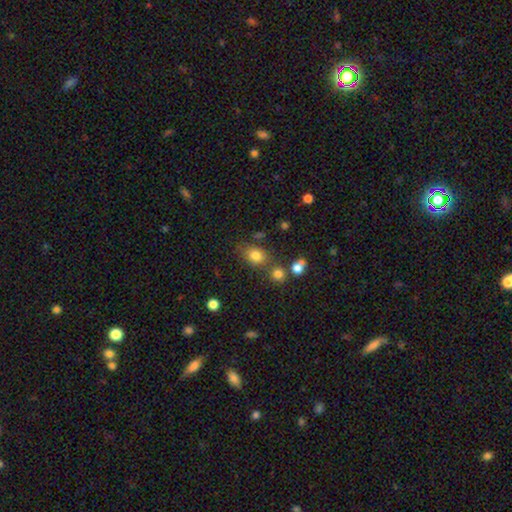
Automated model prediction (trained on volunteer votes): A smooth galaxy with no disk features (79%) that is in between round and cigar-shaped (54%).

Vote fractions:
- Smooth or featured? smooth: 79% / star or artifact: 13% / featured or disk: 8%
- How rounded? in between: 54% / round: 45% / cigar-shaped: 1%
- Merging? none: 67% / merger: 14% / minor disturbance: 14% / major disturbance: 5%